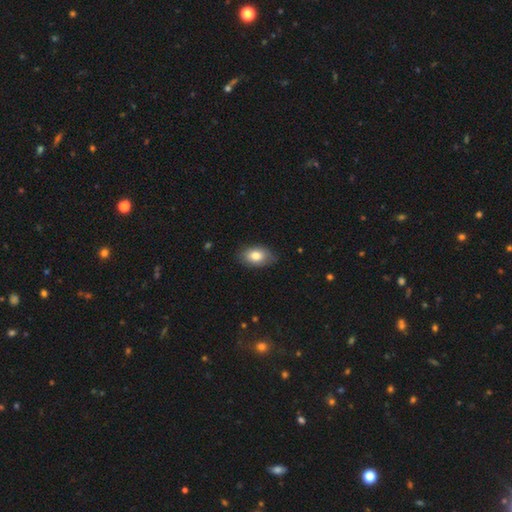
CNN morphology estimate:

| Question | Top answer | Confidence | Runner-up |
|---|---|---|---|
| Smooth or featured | smooth | 79% | featured or disk (14%) |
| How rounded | in between | 89% | round (9%) |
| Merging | none | 80% | minor disturbance (16%) |